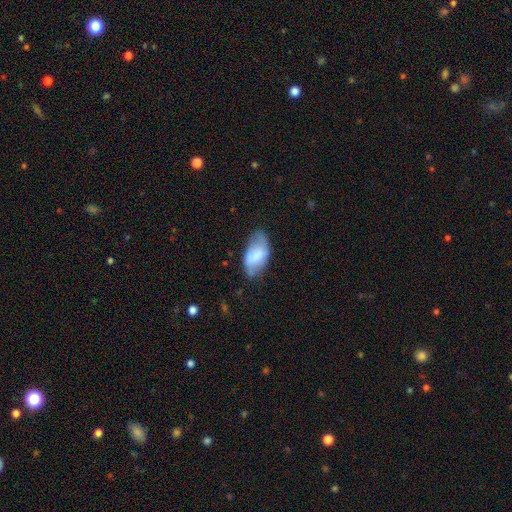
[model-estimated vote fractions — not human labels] A smooth galaxy with no disk features (65%) that is in between round and cigar-shaped (94%).

Vote fractions:
- Smooth or featured? smooth: 65% / featured or disk: 28% / star or artifact: 7%
- How rounded? in between: 94% / round: 3% / cigar-shaped: 3%
- Merging? none: 57% / minor disturbance: 31% / major disturbance: 10% / merger: 2%